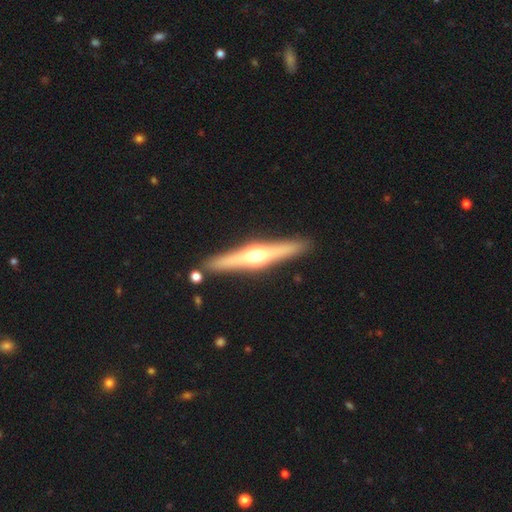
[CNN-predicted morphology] Smooth or featured? Predicted: featured or disk (p=0.67). Edge-on disk? Predicted: yes (p=0.96). Edge-on bulge? Predicted: rounded (p=0.94). Merging? Predicted: none (p=0.89).